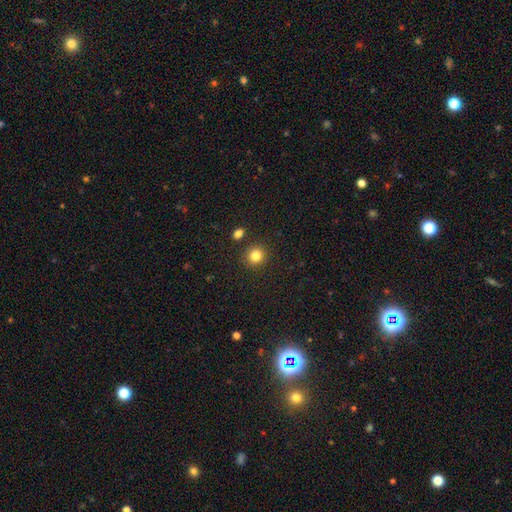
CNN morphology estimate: Smooth or featured? Predicted: smooth (p=0.83). How rounded? Predicted: round (p=0.89). Merging? Predicted: none (p=0.88).